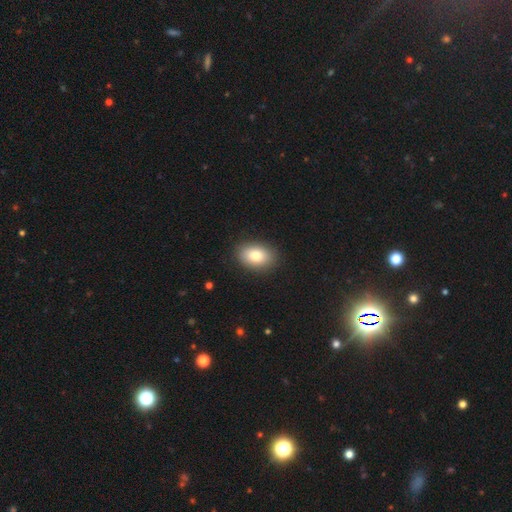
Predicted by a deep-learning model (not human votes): Smooth or featured? smooth (82%)
How rounded? in between (82%)
Merging? none (88%)